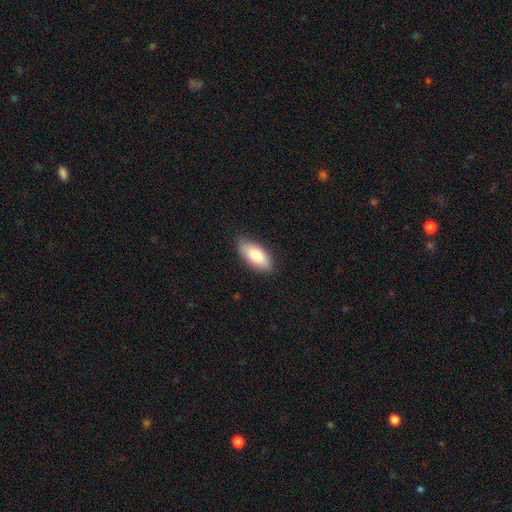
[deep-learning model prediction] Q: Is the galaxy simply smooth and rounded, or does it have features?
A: smooth — 82%.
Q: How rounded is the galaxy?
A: in between — 89%.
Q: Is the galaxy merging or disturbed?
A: none — 83%.